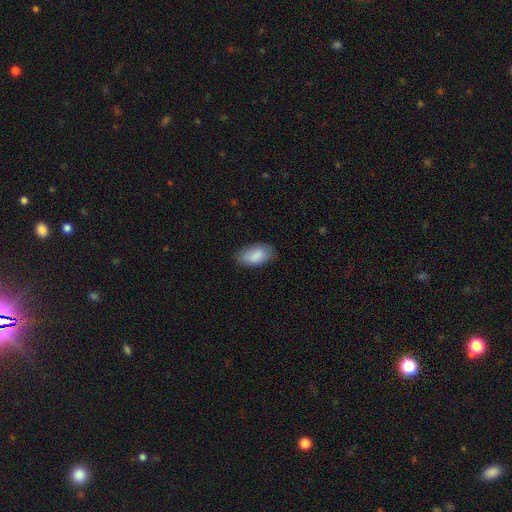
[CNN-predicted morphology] Smooth or featured: smooth — 88% (featured or disk — 6%)
How rounded: in between — 94% (round — 3%)
Merging: none — 78% (minor disturbance — 17%)